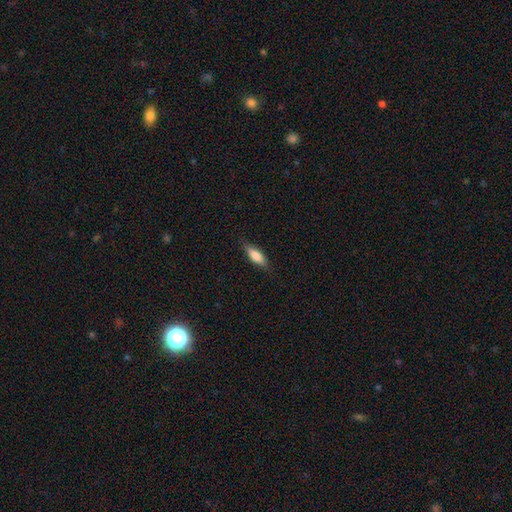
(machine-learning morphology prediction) smooth_or_featured: smooth (p=0.78) [alt: featured or disk p=0.16]
how_rounded: in between (p=0.63) [alt: cigar-shaped p=0.35]
merging: none (p=0.81) [alt: minor disturbance p=0.15]